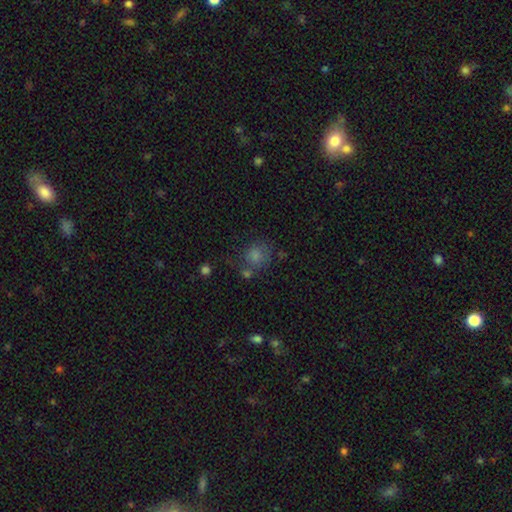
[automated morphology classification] Smooth or featured?
  - smooth: 74% *
  - star or artifact: 13%
  - featured or disk: 13%
How rounded?
  - round: 73% *
  - in between: 26%
  - cigar-shaped: 1%
Merging?
  - none: 52% *
  - minor disturbance: 20%
  - merger: 16%
  - major disturbance: 12%